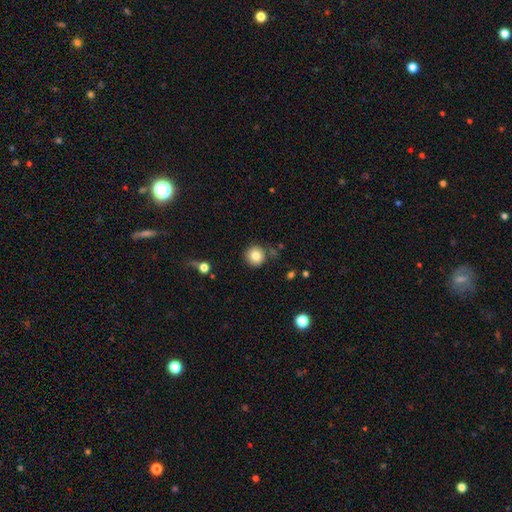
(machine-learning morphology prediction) This appears to be a smooth galaxy with no disk features (82%) that is round (95%). Merging: none (84%).